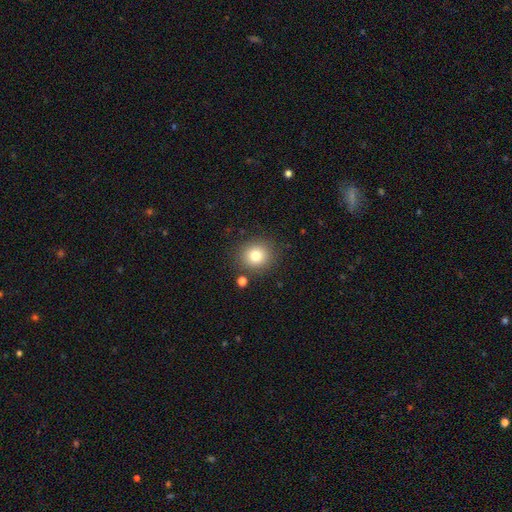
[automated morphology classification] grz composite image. It shows a smooth galaxy with no disk features (79%) that is round (87%). Merging: none (85%).